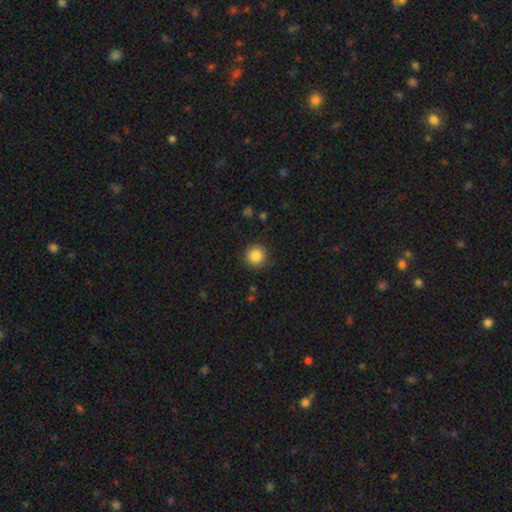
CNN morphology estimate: smooth-or-featured: smooth: 85% | star or artifact: 10% | featured or disk: 5%
  how-rounded: round: 95% | in between: 4% | cigar-shaped: 1%
  merging: none: 89% | minor disturbance: 8% | major disturbance: 3% | merger: 1%